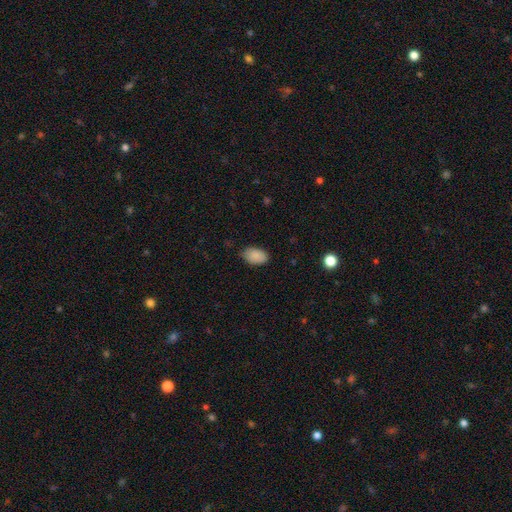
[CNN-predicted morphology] Q: Smooth or featured?
A: smooth (89%); runner-up: star or artifact (7%)
Q: How rounded?
A: in between (91%); runner-up: round (8%)
Q: Merging?
A: none (78%); runner-up: minor disturbance (18%)